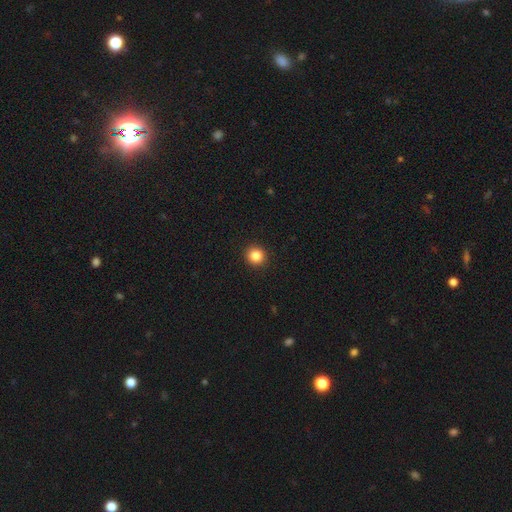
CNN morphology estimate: Overall: smooth (85%). How rounded: round (93%). Merging: none (93%).